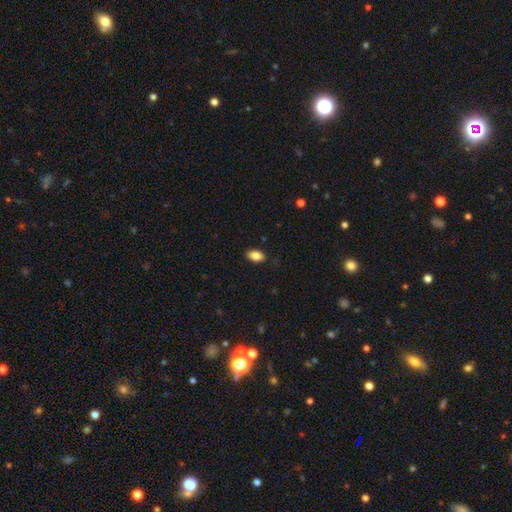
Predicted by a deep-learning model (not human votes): A smooth galaxy with no disk features (83%) that is in between round and cigar-shaped (91%).

Vote fractions:
- Smooth or featured? smooth: 83% / featured or disk: 9% / star or artifact: 8%
- How rounded? in between: 91% / round: 6% / cigar-shaped: 3%
- Merging? none: 85% / minor disturbance: 12% / major disturbance: 2% / merger: 1%